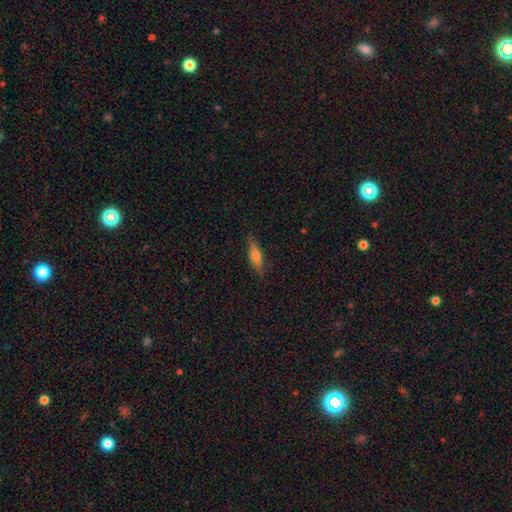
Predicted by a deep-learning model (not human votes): Smooth or featured?
  - smooth: 51% *
  - featured or disk: 42%
  - star or artifact: 8%
How rounded?
  - cigar-shaped: 63% *
  - in between: 34%
  - round: 3%
Merging?
  - none: 83% *
  - minor disturbance: 13%
  - major disturbance: 3%
  - merger: 1%